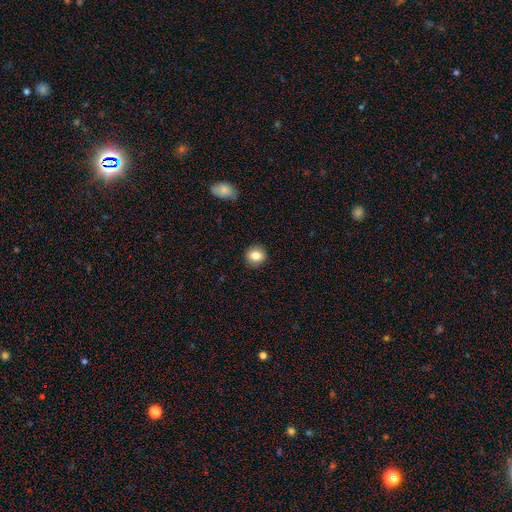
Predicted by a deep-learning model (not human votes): This appears to be a smooth galaxy with no disk features (83%) that is round (89%). Merging: none (91%).